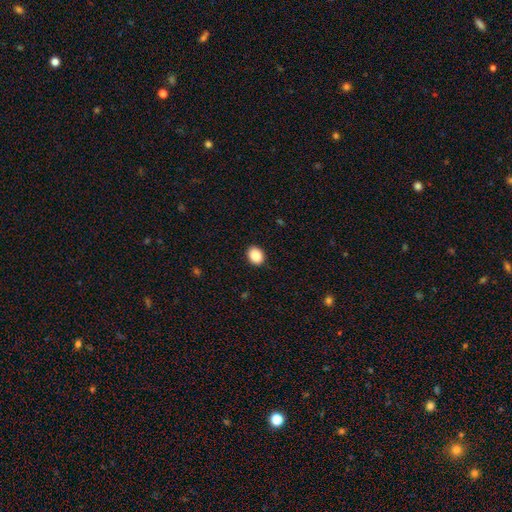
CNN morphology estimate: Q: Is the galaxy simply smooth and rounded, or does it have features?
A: smooth — 88%.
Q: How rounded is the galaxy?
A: in between — 52%.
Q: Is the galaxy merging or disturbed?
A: none — 91%.